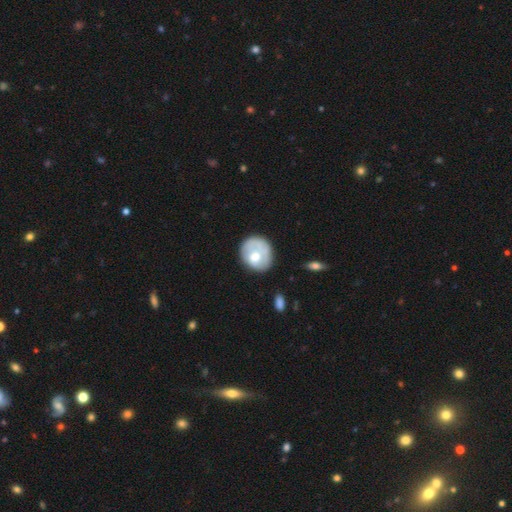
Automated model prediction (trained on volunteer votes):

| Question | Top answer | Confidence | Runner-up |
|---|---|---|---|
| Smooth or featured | smooth | 60% | featured or disk (34%) |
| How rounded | round | 64% | in between (35%) |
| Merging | none | 56% | minor disturbance (27%) |